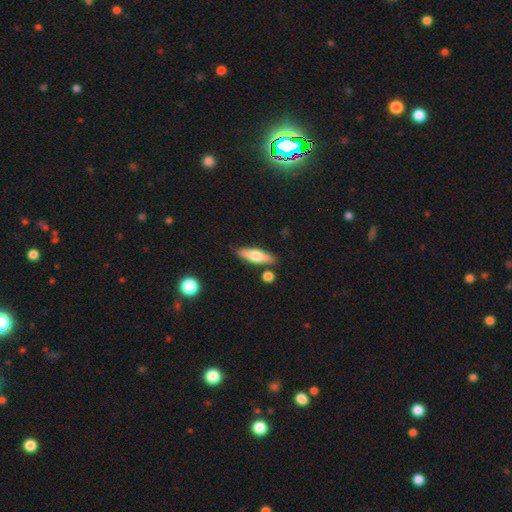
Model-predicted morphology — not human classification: Smooth or featured? Predicted: smooth (p=0.56). How rounded? Predicted: cigar-shaped (p=0.60). Merging? Predicted: none (p=0.82).